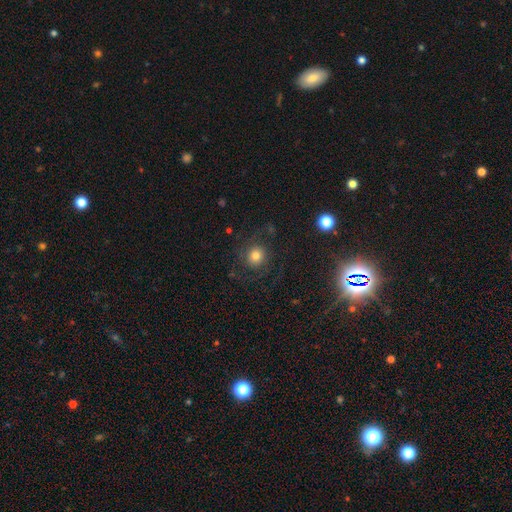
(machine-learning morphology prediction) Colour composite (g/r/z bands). It shows a smooth galaxy with no disk features (51%) that is round (89%). Merging: none (75%).